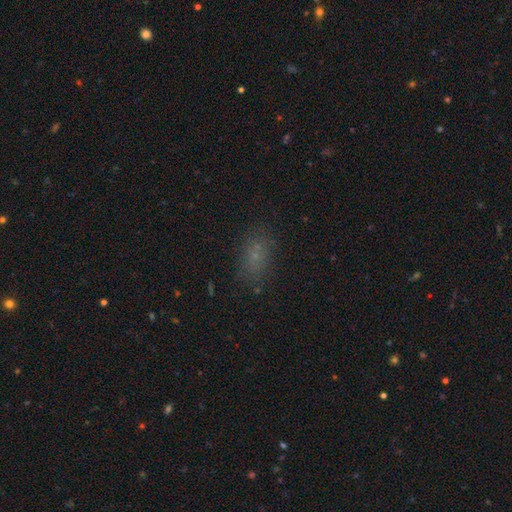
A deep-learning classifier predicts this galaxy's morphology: Q: Smooth or featured?
A: smooth (68%); runner-up: star or artifact (21%)
Q: How rounded?
A: in between (84%); runner-up: round (11%)
Q: Merging?
A: none (77%); runner-up: minor disturbance (15%)